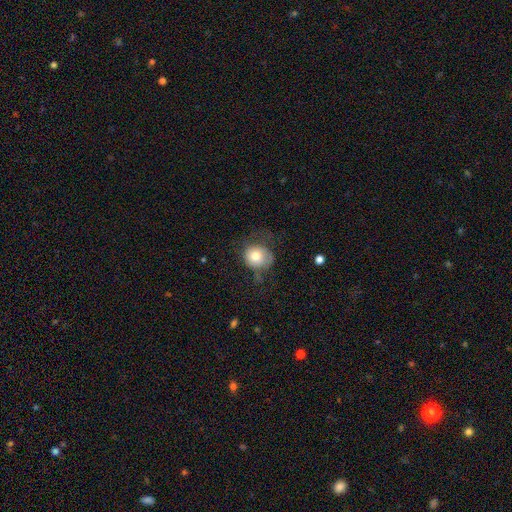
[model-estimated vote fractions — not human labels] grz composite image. It shows a smooth galaxy with no disk features (75%) that is round (75%). Merging: none (47%).